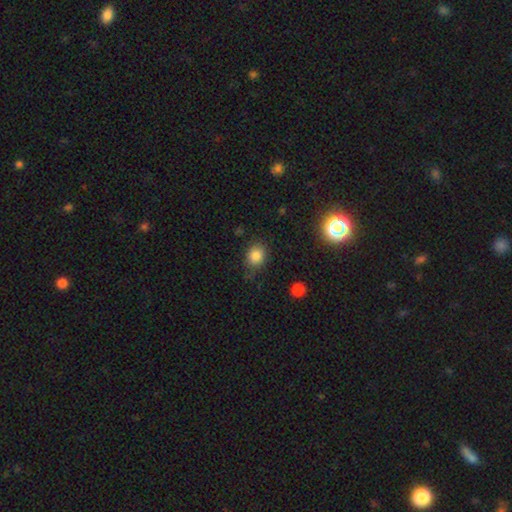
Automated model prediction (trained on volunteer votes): Smooth or featured? Predicted: smooth (p=0.84). How rounded? Predicted: round (p=0.59). Merging? Predicted: none (p=0.75).